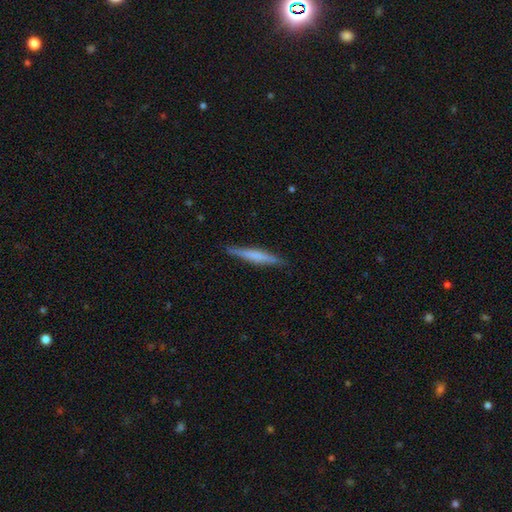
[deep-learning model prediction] Smooth or featured?
  - smooth: 51% *
  - featured or disk: 43%
  - star or artifact: 6%
How rounded?
  - cigar-shaped: 94% *
  - in between: 4%
  - round: 1%
Merging?
  - none: 88% *
  - minor disturbance: 9%
  - major disturbance: 2%
  - merger: 1%